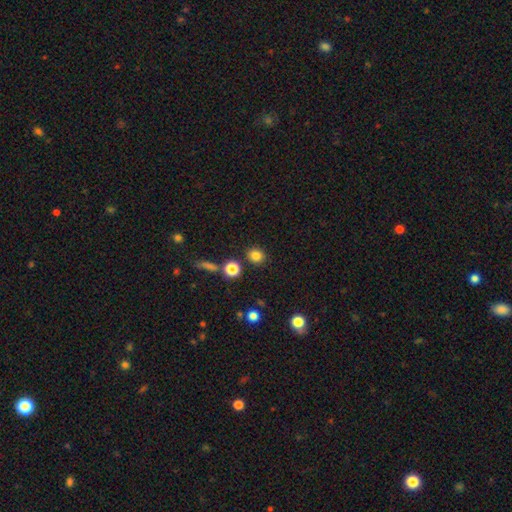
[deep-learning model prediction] smooth 82%, star or artifact 13%, featured or disk 6%. Down the decision tree: how rounded — round (84%); merging — none (85%).